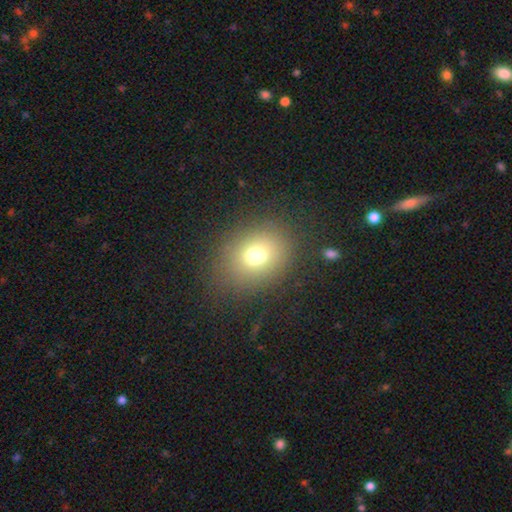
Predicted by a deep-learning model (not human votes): A smooth galaxy with no disk features (72%) that is round (51%). Merging: none (74%).